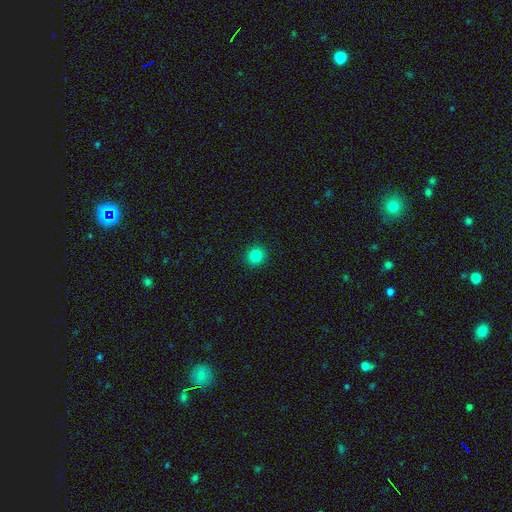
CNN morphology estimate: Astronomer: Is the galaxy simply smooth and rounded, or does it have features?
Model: smooth — 83%.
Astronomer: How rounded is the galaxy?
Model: round — 86%.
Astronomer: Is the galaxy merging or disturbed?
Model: none — 92%.